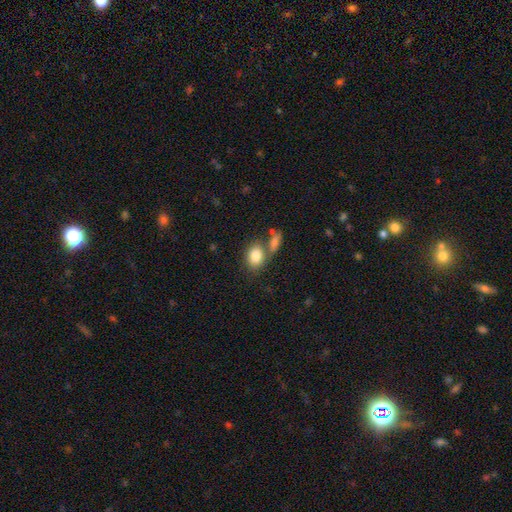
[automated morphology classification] Overall: smooth (83%). How rounded: in between (68%; round 30%). Merging: none (55%; merger 28%).